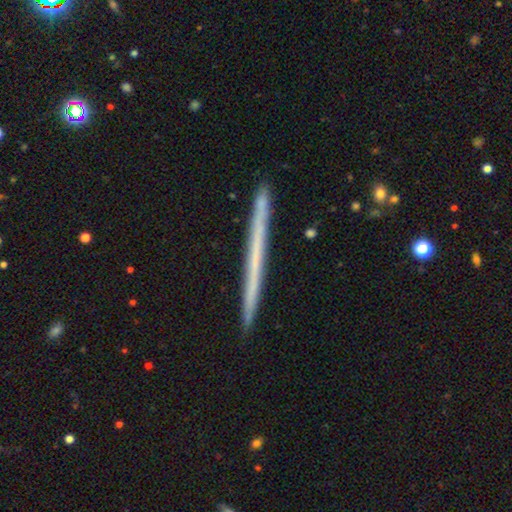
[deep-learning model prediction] Smooth or featured? featured or disk (53%)
Edge-on disk? yes (98%)
Edge-on bulge? none (94%)
Merging? none (92%)